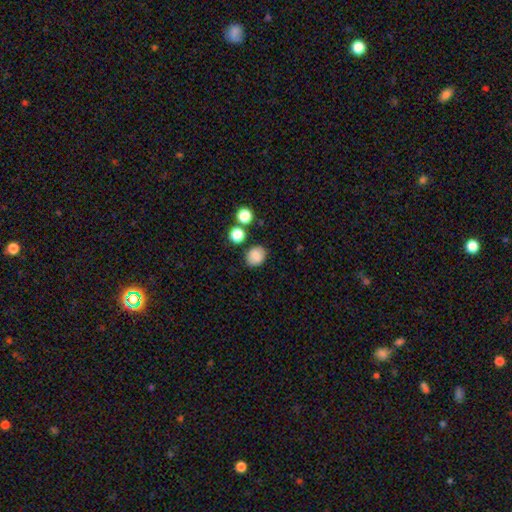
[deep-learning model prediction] The model was most divided on "how rounded": round: 58%, in between: 41%, cigar-shaped: 1%. More confident: smooth or featured — smooth (82%); merging — none (81%).